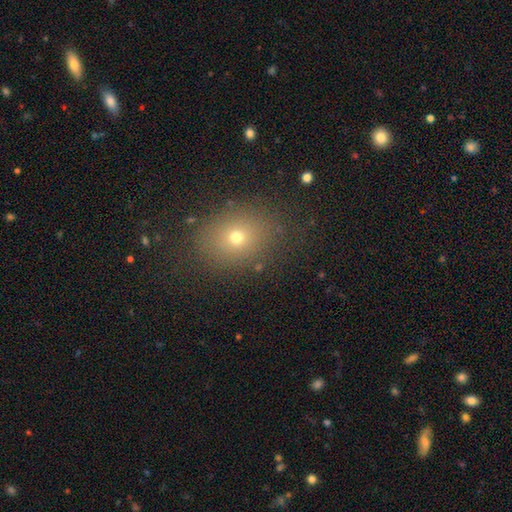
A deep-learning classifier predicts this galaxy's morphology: smooth 67%, star or artifact 22%, featured or disk 12%. Down the decision tree: how rounded — in between (53%); merging — none (85%).